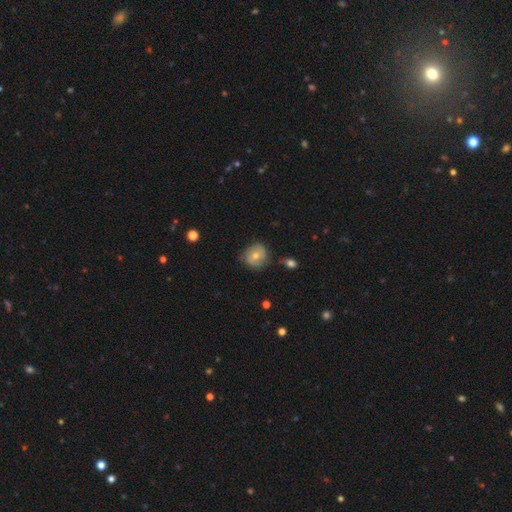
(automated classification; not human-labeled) smooth 61%, featured or disk 31%, star or artifact 8%. Down the decision tree: how rounded — round (81%); merging — none (67%).